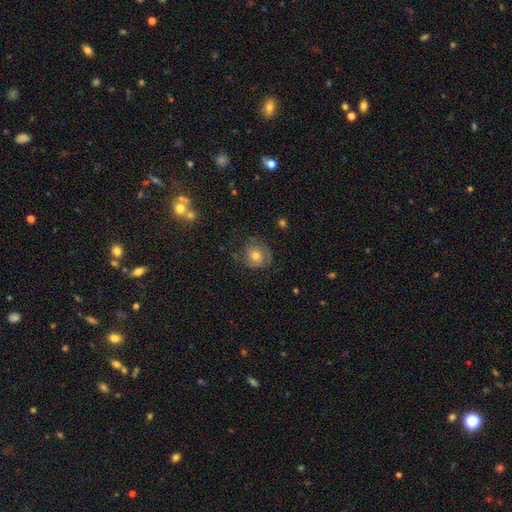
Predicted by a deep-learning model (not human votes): Overall: featured or disk (55%; smooth 35%). Edge-on disk: no (97%). Bar: no (77%). Spiral arms: yes (86%). Bulge size: moderate (68%). Merging: none (70%).